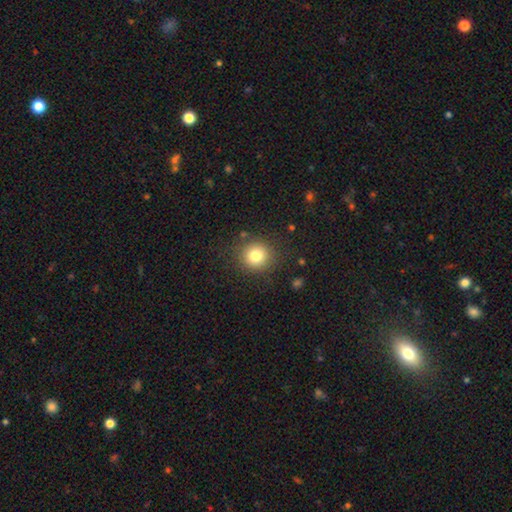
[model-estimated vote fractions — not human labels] This is likely a smooth galaxy (79%). How rounded: clearly round (91%). Merging: clearly none (87%).